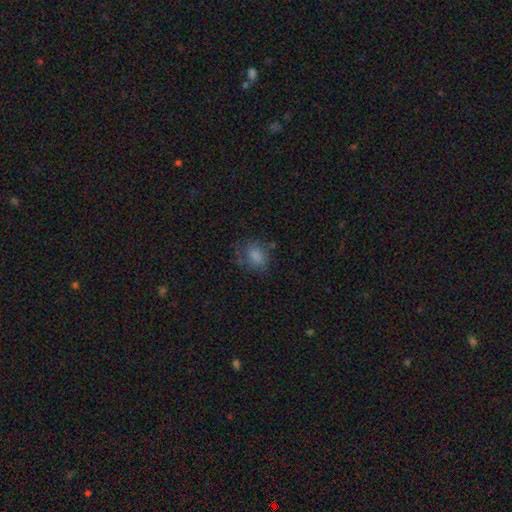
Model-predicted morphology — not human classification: The model was most divided on "how rounded": in between: 59%, round: 40%, cigar-shaped: 1%. More confident: smooth or featured — smooth (77%); merging — none (59%).